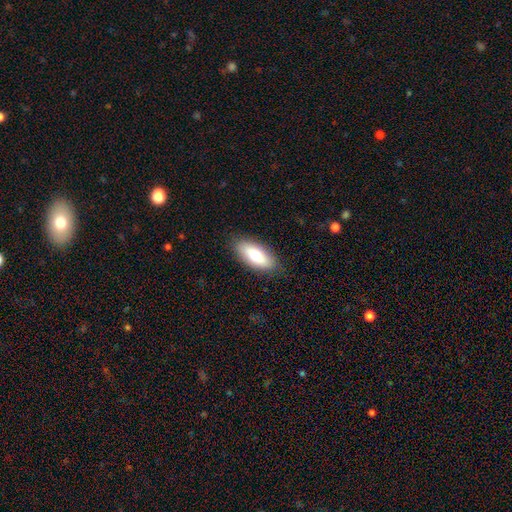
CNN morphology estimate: Smooth or featured: smooth — 70% (featured or disk — 24%)
How rounded: in between — 83% (cigar-shaped — 14%)
Merging: none — 86% (minor disturbance — 10%)